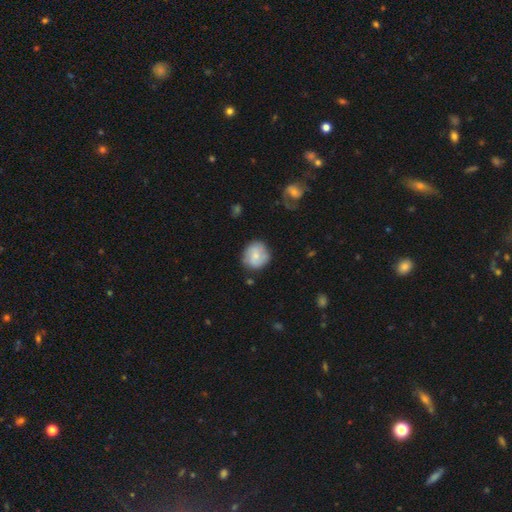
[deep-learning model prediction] A smooth galaxy with no disk features (61%) that is round (84%).

Vote fractions:
- Smooth or featured? smooth: 61% / featured or disk: 32% / star or artifact: 7%
- How rounded? round: 84% / in between: 15% / cigar-shaped: 1%
- Merging? none: 74% / minor disturbance: 19% / major disturbance: 5% / merger: 2%